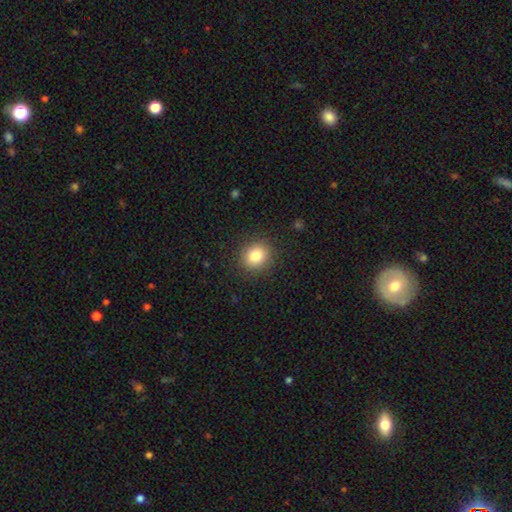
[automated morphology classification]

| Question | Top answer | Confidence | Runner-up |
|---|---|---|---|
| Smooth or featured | smooth | 83% | star or artifact (10%) |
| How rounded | round | 76% | in between (23%) |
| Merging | none | 89% | minor disturbance (7%) |